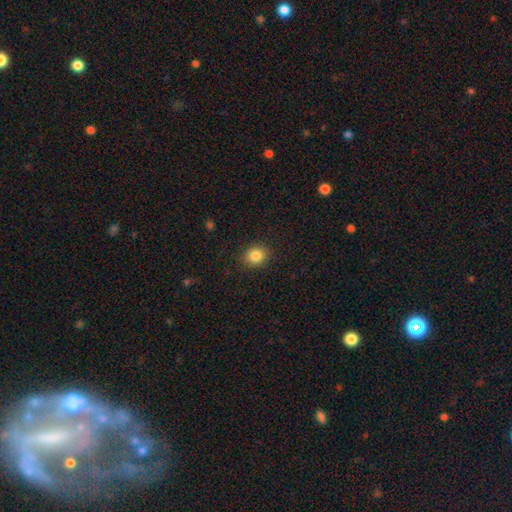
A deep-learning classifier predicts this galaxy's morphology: Smooth or featured? Predicted: smooth (p=0.84). How rounded? Predicted: round (p=0.69). Merging? Predicted: none (p=0.89).